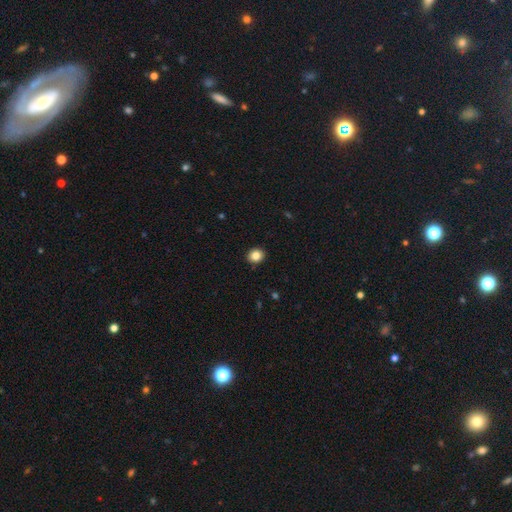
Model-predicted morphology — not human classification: This appears to be a smooth galaxy with no disk features (85%) that is round (73%). Merging: none (91%).